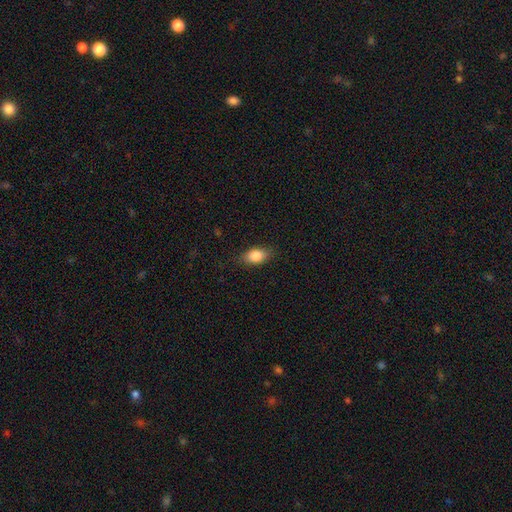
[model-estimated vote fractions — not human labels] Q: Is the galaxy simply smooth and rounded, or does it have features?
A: smooth — 84%.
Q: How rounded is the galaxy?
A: in between — 85%.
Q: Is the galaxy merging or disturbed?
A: none — 83%.